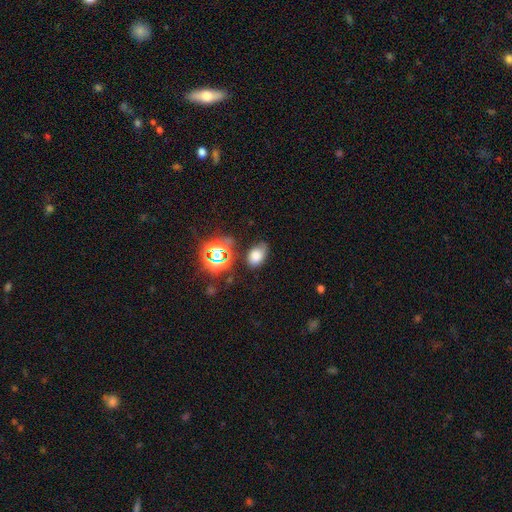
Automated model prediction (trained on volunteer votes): This appears to be a smooth galaxy with no disk features (64%) that is in between round and cigar-shaped (83%). Merging: none (59%).